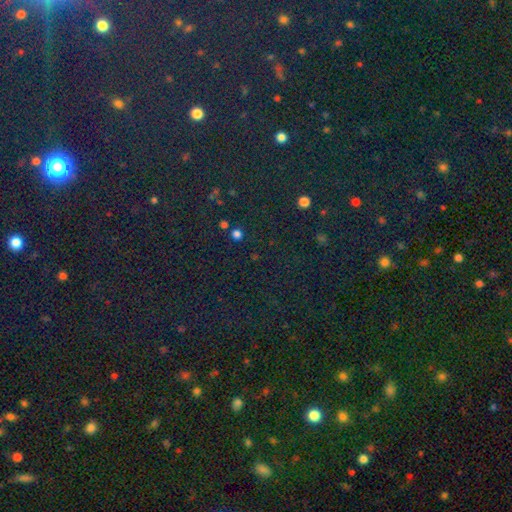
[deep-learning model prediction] This appears to be a star or artifact, not a galaxy (78%).